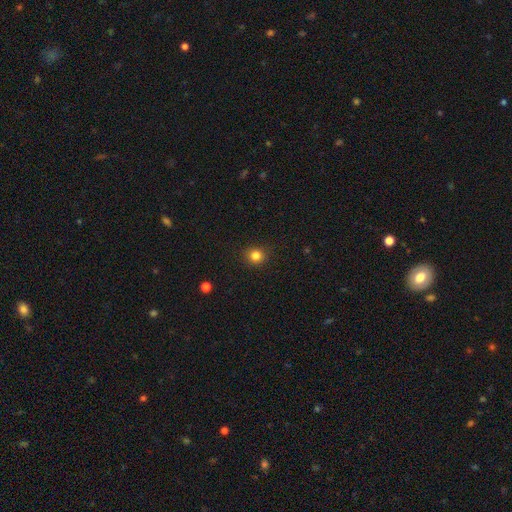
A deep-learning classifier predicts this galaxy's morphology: Smooth or featured? smooth (82%)
How rounded? round (88%)
Merging? none (91%)